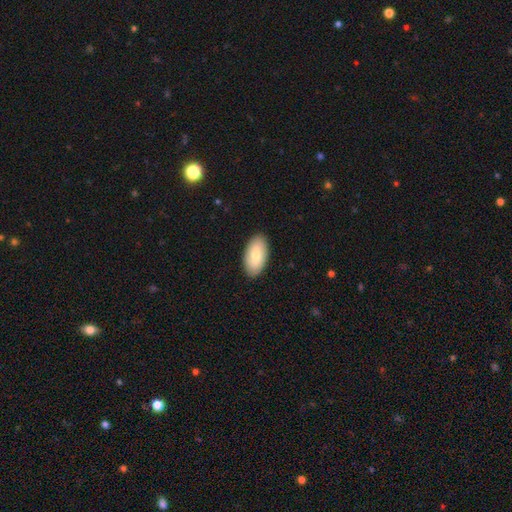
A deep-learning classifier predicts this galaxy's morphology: type=smooth (75%); roundness=in between (95%); merging=none (89%).